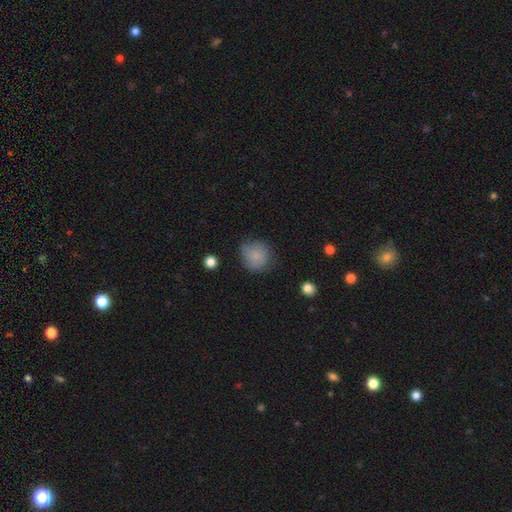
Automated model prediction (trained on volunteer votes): Smooth or featured?
  - smooth: 81% *
  - star or artifact: 10%
  - featured or disk: 10%
How rounded?
  - round: 85% *
  - in between: 14%
  - cigar-shaped: 1%
Merging?
  - none: 69% *
  - minor disturbance: 23%
  - major disturbance: 7%
  - merger: 2%